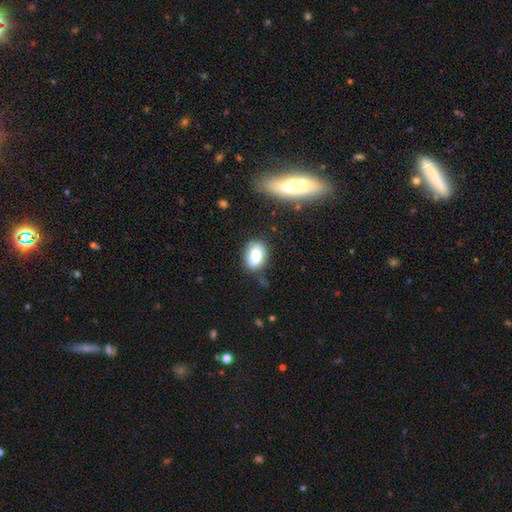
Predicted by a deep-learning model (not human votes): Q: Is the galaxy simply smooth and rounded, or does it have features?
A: smooth — 74%.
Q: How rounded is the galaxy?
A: in between — 74%.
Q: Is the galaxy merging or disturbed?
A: none — 72%.